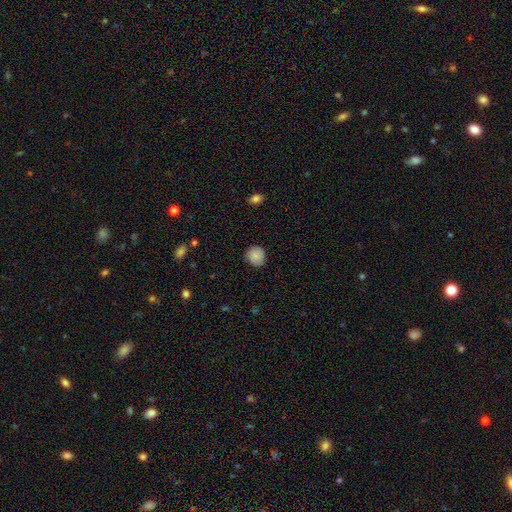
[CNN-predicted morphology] smooth-or-featured: smooth: 87% | star or artifact: 8% | featured or disk: 5%
  how-rounded: round: 86% | in between: 13% | cigar-shaped: 1%
  merging: none: 87% | minor disturbance: 10% | major disturbance: 2% | merger: 1%